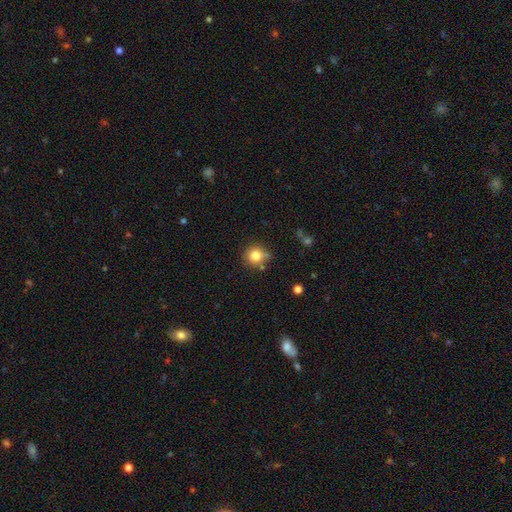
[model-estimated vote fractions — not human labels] This appears to be a smooth galaxy with no disk features (80%) that is round (89%). Merging: none (71%).